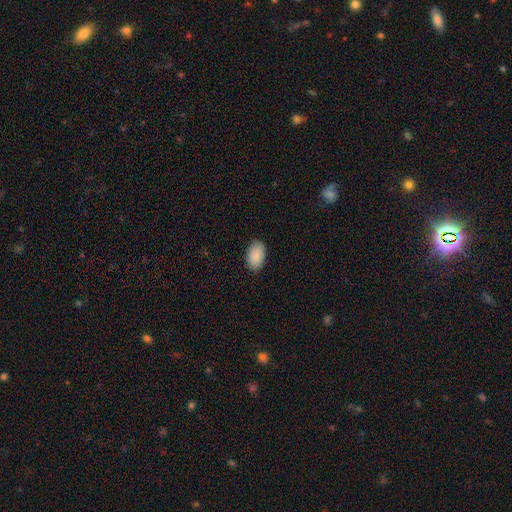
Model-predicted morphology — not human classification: smooth_or_featured: smooth (p=0.91) [alt: star or artifact p=0.06]
how_rounded: in between (p=0.93) [alt: round p=0.06]
merging: none (p=0.88) [alt: minor disturbance p=0.09]